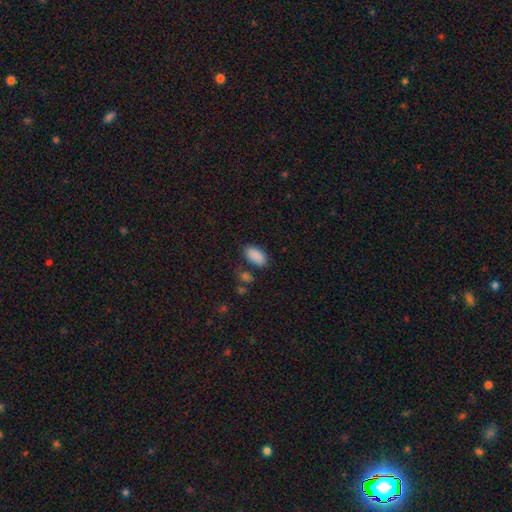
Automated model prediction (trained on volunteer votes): A smooth galaxy with no disk features (89%) that is in between round and cigar-shaped (94%).

Vote fractions:
- Smooth or featured? smooth: 89% / star or artifact: 7% / featured or disk: 4%
- How rounded? in between: 94% / round: 3% / cigar-shaped: 2%
- Merging? none: 76% / minor disturbance: 13% / merger: 7% / major disturbance: 4%